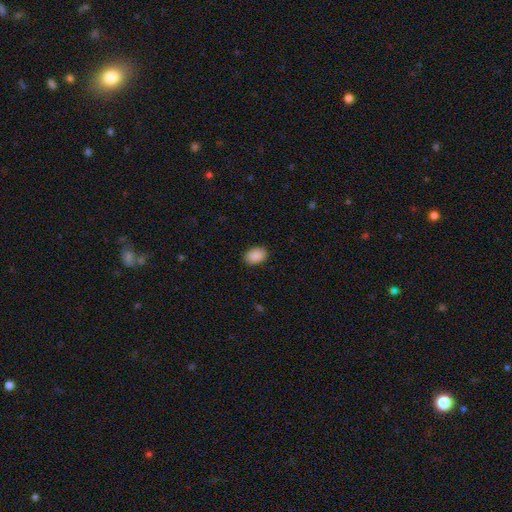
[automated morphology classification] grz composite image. It shows a smooth galaxy with no disk features (90%) that is in between round and cigar-shaped (82%). Merging: none (90%).